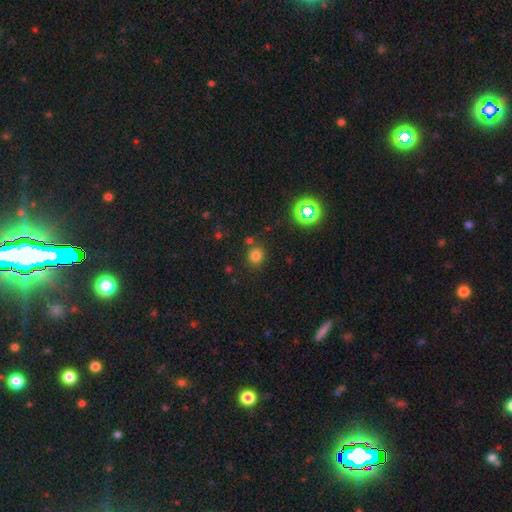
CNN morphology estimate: A smooth galaxy with no disk features (75%) that is round (82%).

Vote fractions:
- Smooth or featured? smooth: 75% / star or artifact: 18% / featured or disk: 6%
- How rounded? round: 82% / in between: 17% / cigar-shaped: 1%
- Merging? none: 78% / minor disturbance: 10% / merger: 8% / major disturbance: 4%